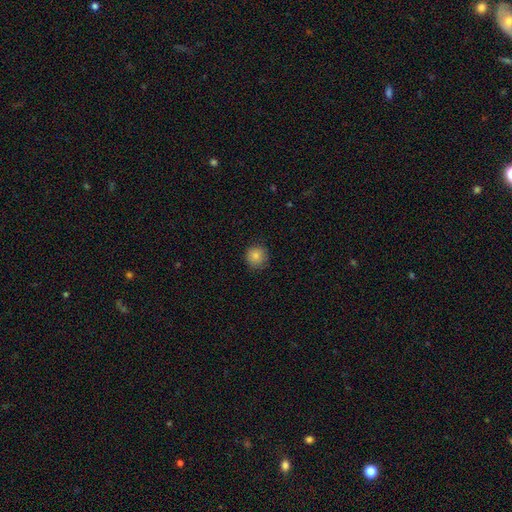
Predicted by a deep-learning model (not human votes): A smooth galaxy with no disk features (84%) that is round (93%). Merging: none (85%).